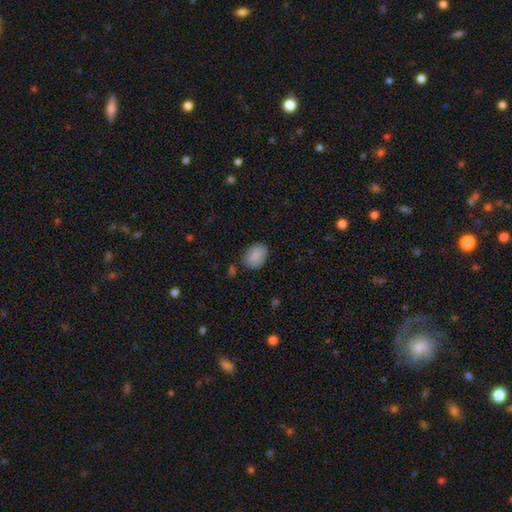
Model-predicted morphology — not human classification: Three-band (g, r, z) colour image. It shows a smooth galaxy with no disk features (87%) that is in between round and cigar-shaped (72%). Merging: none (76%).